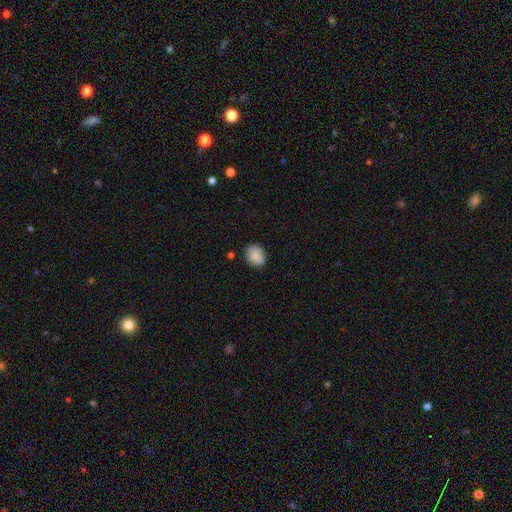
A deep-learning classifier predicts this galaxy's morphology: The model was most divided on "how rounded": round: 56%, in between: 43%, cigar-shaped: 1%. More confident: smooth or featured — smooth (87%); merging — none (74%).